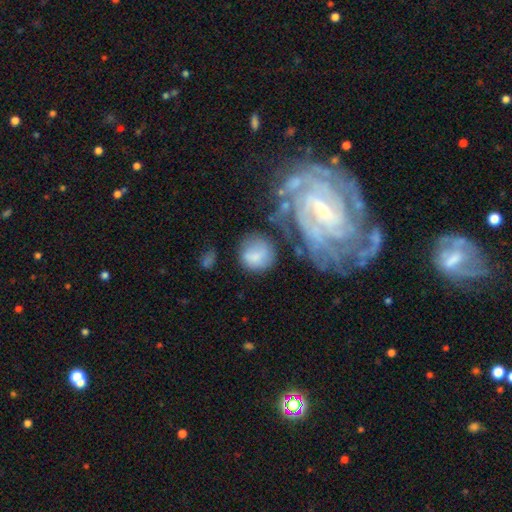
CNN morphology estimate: smooth_or_featured: smooth (p=0.70) [alt: featured or disk p=0.23]
how_rounded: round (p=0.77) [alt: in between p=0.21]
merging: none (p=0.55) [alt: minor disturbance p=0.20]